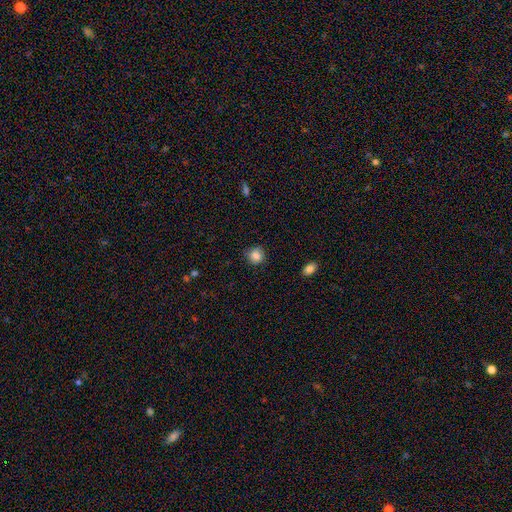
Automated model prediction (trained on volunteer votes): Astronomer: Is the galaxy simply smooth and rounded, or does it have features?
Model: smooth — 84%.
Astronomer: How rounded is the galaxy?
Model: round — 87%.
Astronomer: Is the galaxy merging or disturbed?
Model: none — 84%.